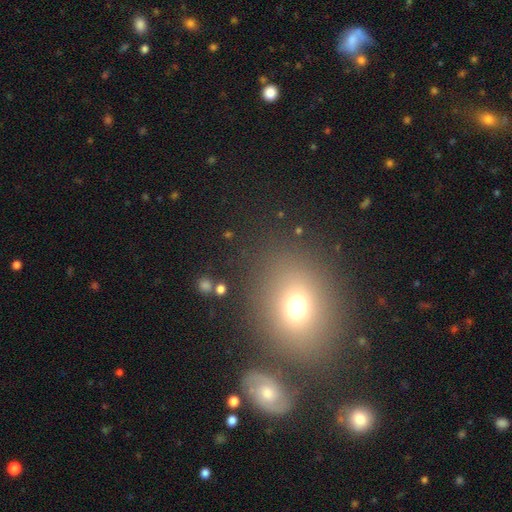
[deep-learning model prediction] Smooth or featured: smooth — 60% (star or artifact — 26%)
How rounded: round — 50% (in between — 48%)
Merging: none — 75% (merger — 10%)